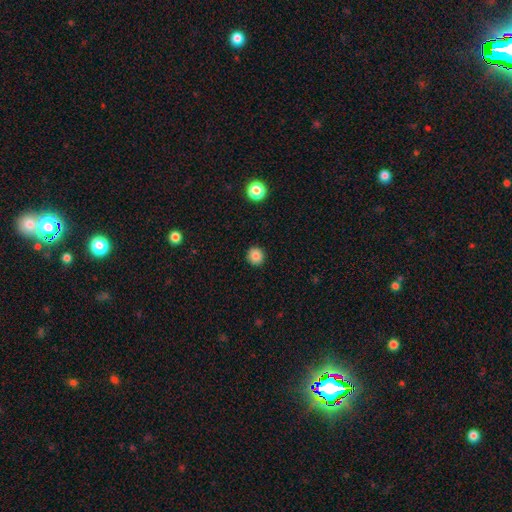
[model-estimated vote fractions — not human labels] The model was most divided on "smooth or featured": smooth: 84%, star or artifact: 11%, featured or disk: 6%. More confident: how rounded — round (93%); merging — none (92%).